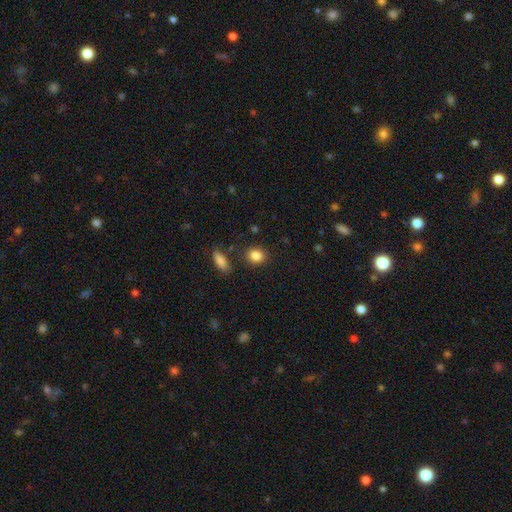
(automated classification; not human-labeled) Smooth or featured: smooth — 86% (star or artifact — 9%)
How rounded: round — 65% (in between — 34%)
Merging: none — 85% (minor disturbance — 9%)